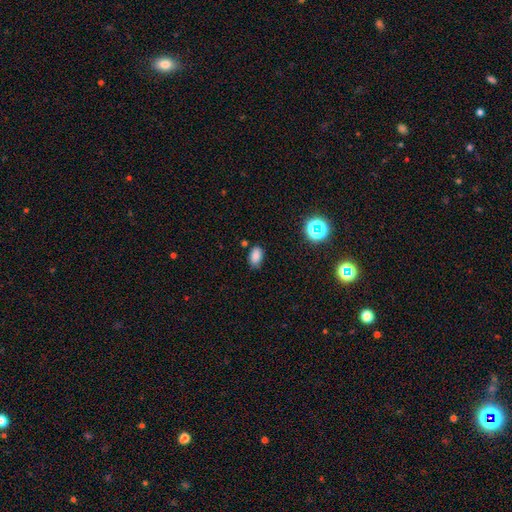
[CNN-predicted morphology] Smooth or featured? Predicted: smooth (p=0.82). How rounded? Predicted: in between (p=0.90). Merging? Predicted: none (p=0.79).